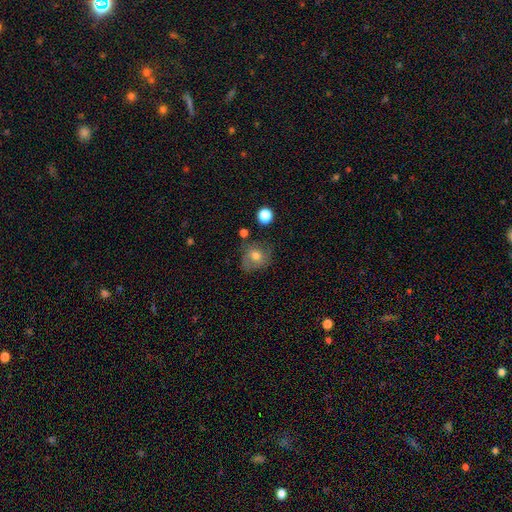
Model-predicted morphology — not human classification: This appears to be a smooth galaxy with no disk features (62%) that is round (71%). Merging: none (62%).